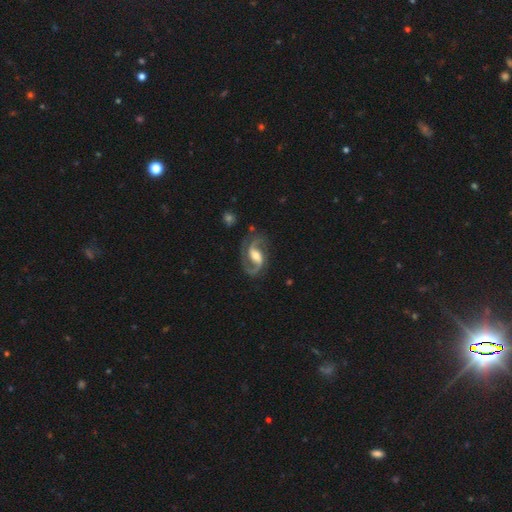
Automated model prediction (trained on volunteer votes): Smooth or featured?
  - featured or disk: 92% *
  - smooth: 4%
  - star or artifact: 4%
Edge-on disk?
  - no: 98% *
  - yes: 2%
Bar?
  - weak: 45% *
  - strong: 31%
  - no: 24%
Spiral arms?
  - yes: 98% *
  - no: 2%
Spiral winding?
  - medium: 61% *
  - loose: 22%
  - tight: 18%
Spiral arm count?
  - 2: 92% *
  - 1: 2%
  - 3: 2%
  - can't tell: 2%
  - 4: 1%
  - more than 4: 1%
Bulge size?
  - moderate: 59% *
  - small: 20%
  - large: 16%
  - none: 3%
  - dominant: 1%
Merging?
  - none: 74% *
  - minor disturbance: 16%
  - major disturbance: 8%
  - merger: 2%